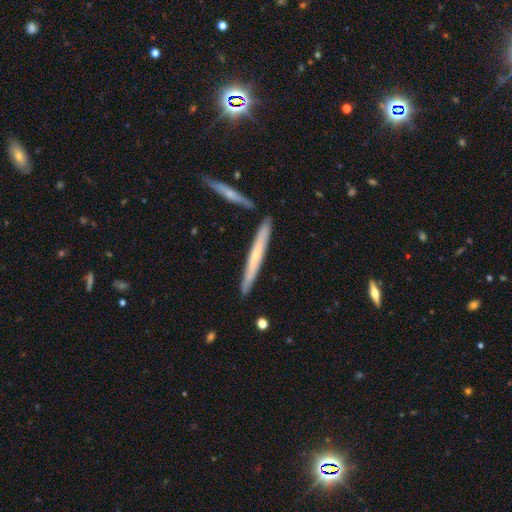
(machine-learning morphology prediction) A smooth galaxy with no disk features (47%, tied with featured or disk).

Vote fractions:
- Smooth or featured? smooth: 47% (tied) / featured or disk: 47% (tied) / star or artifact: 5%
- Merging? none: 86% / minor disturbance: 8% / merger: 4% / major disturbance: 1%